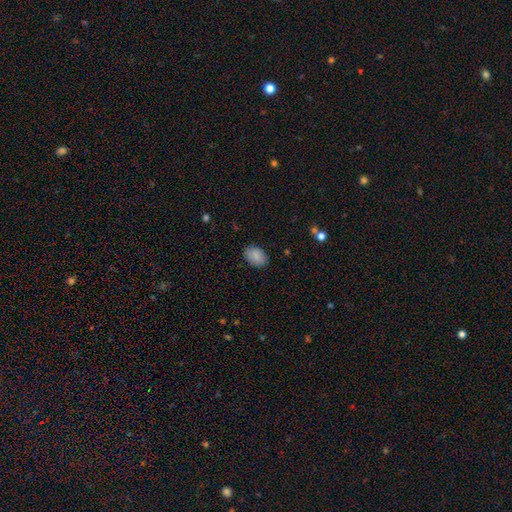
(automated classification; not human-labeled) This appears to be a smooth galaxy with no disk features (87%) that is in between round and cigar-shaped (83%). Merging: none (85%).